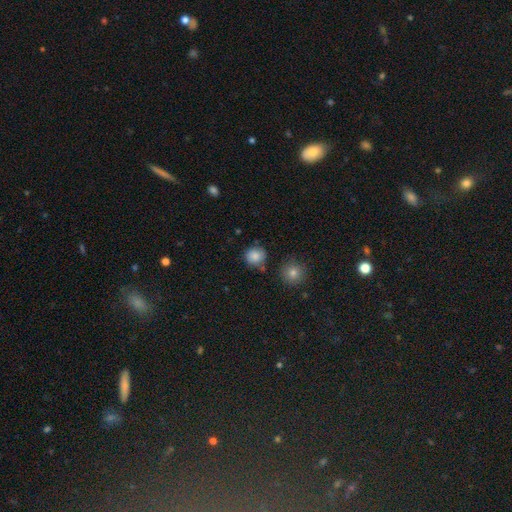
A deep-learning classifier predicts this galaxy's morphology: Smooth or featured: smooth — 85% (star or artifact — 10%)
How rounded: round — 89% (in between — 10%)
Merging: none — 80% (minor disturbance — 12%)